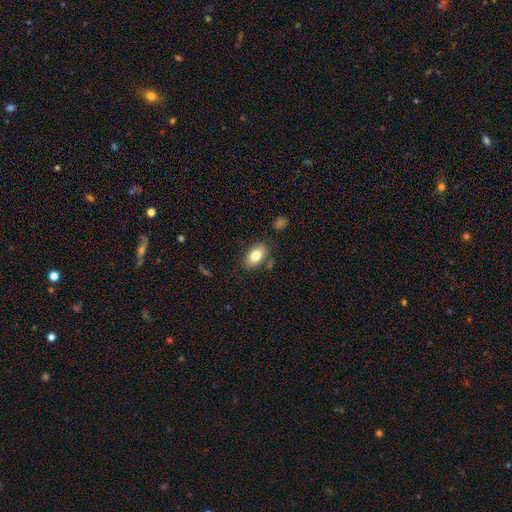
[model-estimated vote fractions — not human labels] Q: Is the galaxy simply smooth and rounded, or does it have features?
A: smooth — 81%.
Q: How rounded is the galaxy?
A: in between — 91%.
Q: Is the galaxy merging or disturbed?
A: none — 81%.